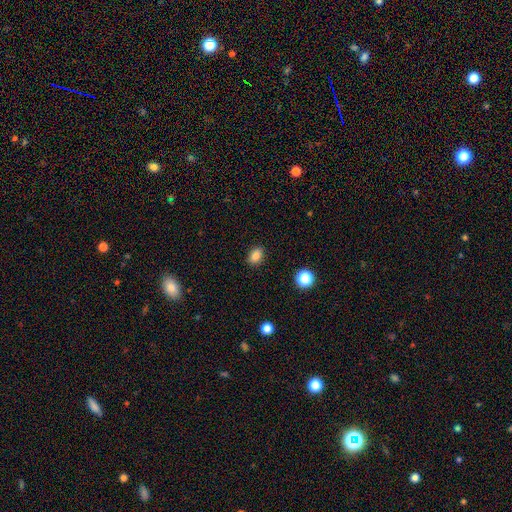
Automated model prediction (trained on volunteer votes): The model was most divided on "how rounded": in between: 73%, round: 25%, cigar-shaped: 1%. More confident: merging — none (89%); smooth or featured — smooth (83%).